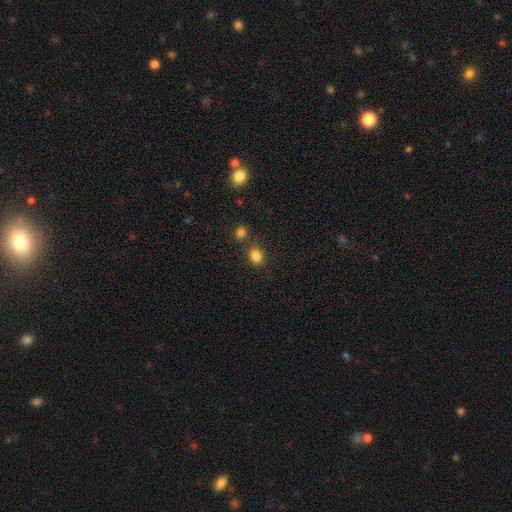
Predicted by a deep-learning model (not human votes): A smooth galaxy with no disk features (84%) that is in between round and cigar-shaped (53%).

Vote fractions:
- Smooth or featured? smooth: 84% / star or artifact: 12% / featured or disk: 5%
- How rounded? in between: 53% / round: 46% / cigar-shaped: 1%
- Merging? none: 68% / merger: 16% / minor disturbance: 12% / major disturbance: 4%